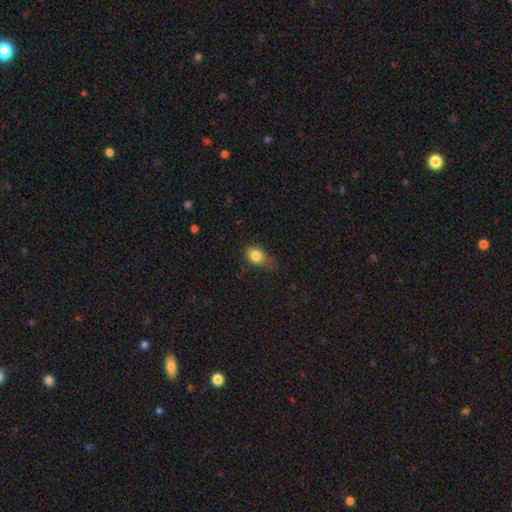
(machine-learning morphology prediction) A smooth galaxy with no disk features (84%) that is in between round and cigar-shaped (62%).

Vote fractions:
- Smooth or featured? smooth: 84% / star or artifact: 10% / featured or disk: 7%
- How rounded? in between: 62% / round: 37% / cigar-shaped: 2%
- Merging? none: 58% / minor disturbance: 32% / major disturbance: 8% / merger: 2%